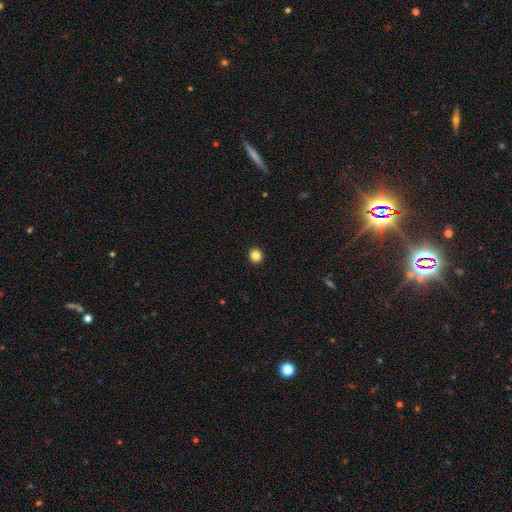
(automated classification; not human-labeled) Morphology: type=smooth (85%); roundness=round (90%); merging=none (93%).